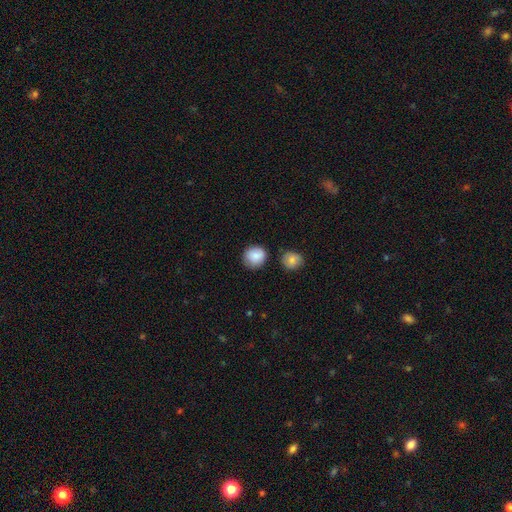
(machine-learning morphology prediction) Overall: smooth (86%). How rounded: round (86%). Merging: none (80%).